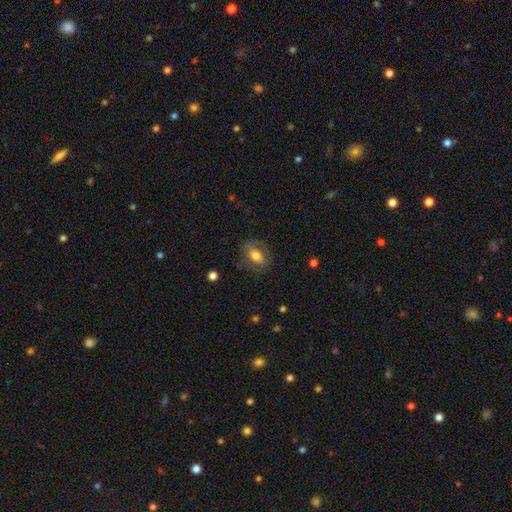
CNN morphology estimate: Smooth or featured? Predicted: smooth (p=0.65). How rounded? Predicted: in between (p=0.80). Merging? Predicted: none (p=0.73).